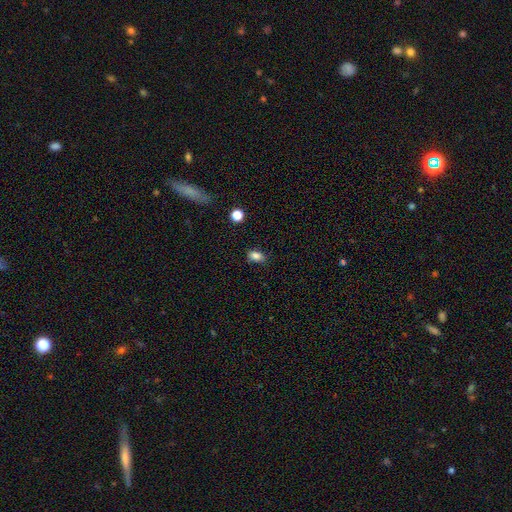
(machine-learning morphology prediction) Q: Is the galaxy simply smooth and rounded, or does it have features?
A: smooth — 84%.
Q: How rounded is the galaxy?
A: in between — 83%.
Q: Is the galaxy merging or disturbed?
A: none — 77%.